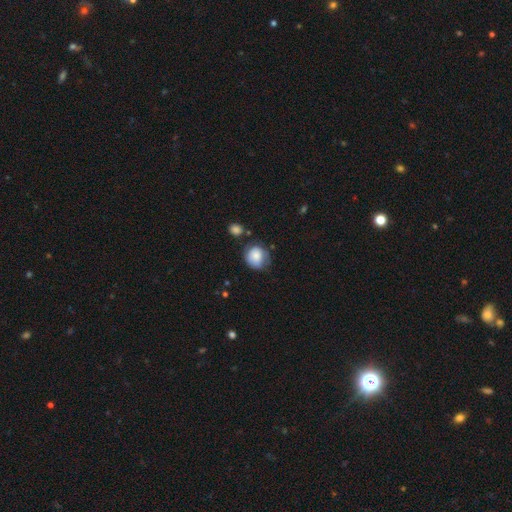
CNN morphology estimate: This is likely a smooth galaxy (78%). How rounded: likely round (74%). Merging: possibly none (56%).